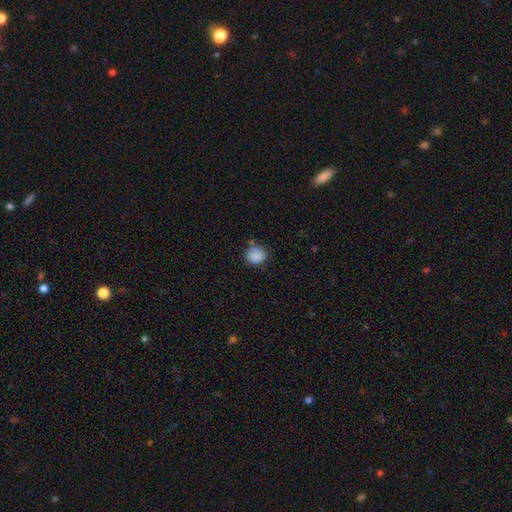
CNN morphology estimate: Overall: smooth (87%). How rounded: round (80%). Merging: none (70%).